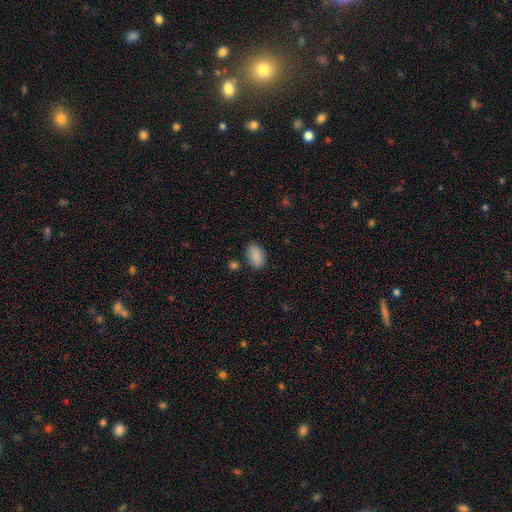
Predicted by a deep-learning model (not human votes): smooth 88%, star or artifact 7%, featured or disk 5%. Down the decision tree: how rounded — in between (91%); merging — none (81%).